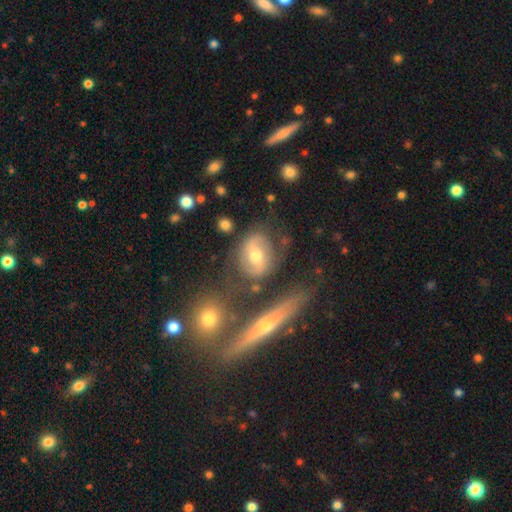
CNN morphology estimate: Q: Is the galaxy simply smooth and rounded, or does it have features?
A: featured or disk — 61%.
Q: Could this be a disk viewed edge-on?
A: no — 69%.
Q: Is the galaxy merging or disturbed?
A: none — 63%.